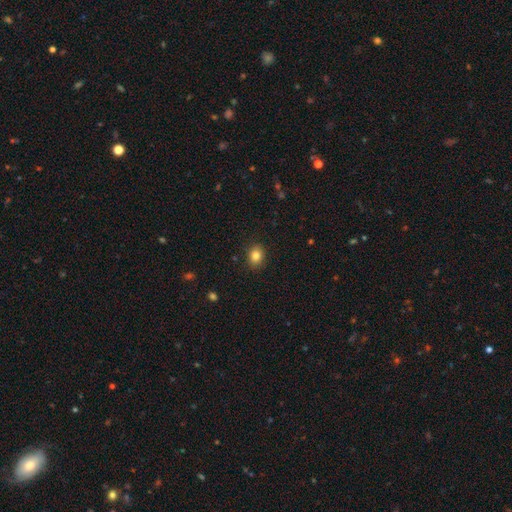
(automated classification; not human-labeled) smooth 84%, star or artifact 10%, featured or disk 6%. Down the decision tree: how rounded — round (51%); merging — none (89%).